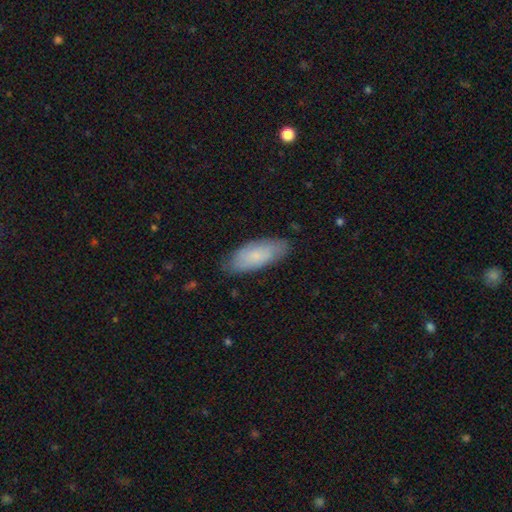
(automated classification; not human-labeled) This is likely a smooth galaxy (73%). How rounded: likely in between (79%). Merging: likely none (80%).